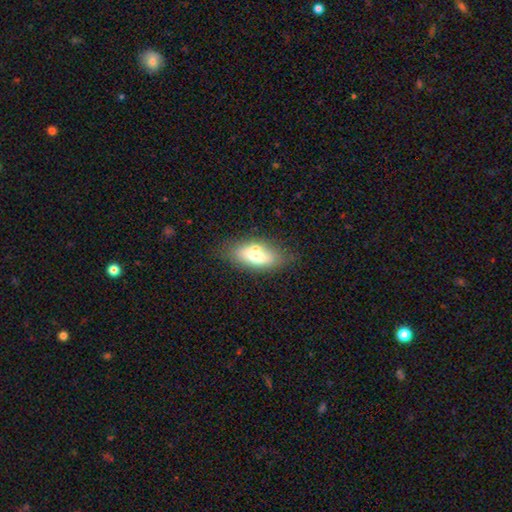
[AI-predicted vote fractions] The model was most divided on "smooth or featured": smooth: 62%, featured or disk: 29%, star or artifact: 8%. More confident: how rounded — in between (82%); merging — none (68%).